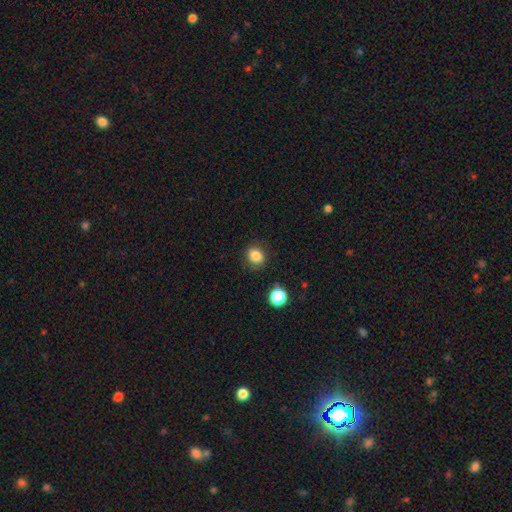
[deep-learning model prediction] Smooth or featured: smooth — 85% (star or artifact — 11%)
How rounded: round — 72% (in between — 27%)
Merging: none — 86% (minor disturbance — 9%)